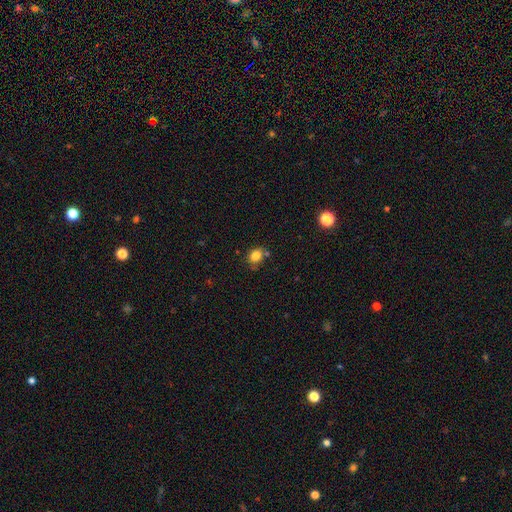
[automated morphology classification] Smooth or featured? Predicted: smooth (p=0.83). How rounded? Predicted: round (p=0.52). Merging? Predicted: none (p=0.69).